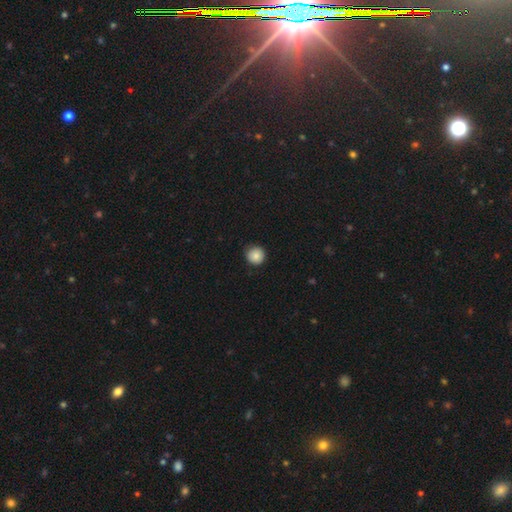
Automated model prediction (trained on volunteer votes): Smooth or featured: smooth — 86% (star or artifact — 9%)
How rounded: round — 94% (in between — 5%)
Merging: none — 87% (minor disturbance — 10%)